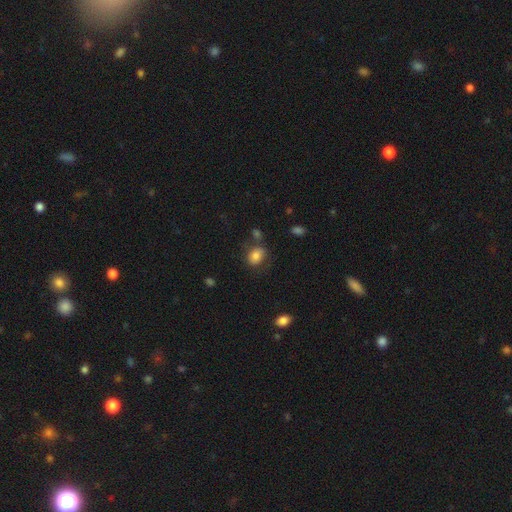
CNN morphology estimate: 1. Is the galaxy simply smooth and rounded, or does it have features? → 79% smooth, 12% featured or disk, 9% star or artifact.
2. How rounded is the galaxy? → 62% in between, 37% round, 1% cigar-shaped.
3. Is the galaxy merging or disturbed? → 62% none, 19% minor disturbance, 10% major disturbance, 9% merger.